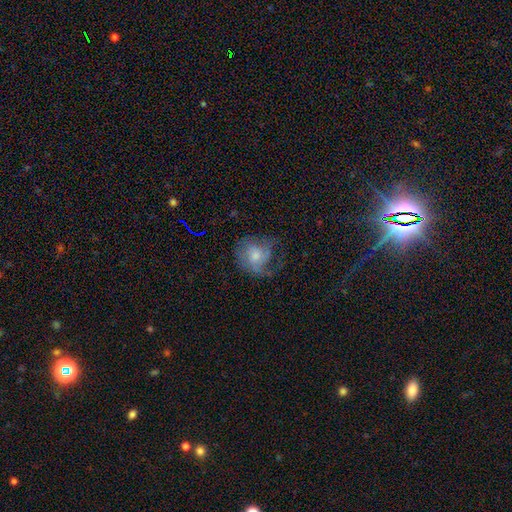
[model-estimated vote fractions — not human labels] Overall: smooth (49%; featured or disk 42%). Merging: none (41%; major disturbance 31%).